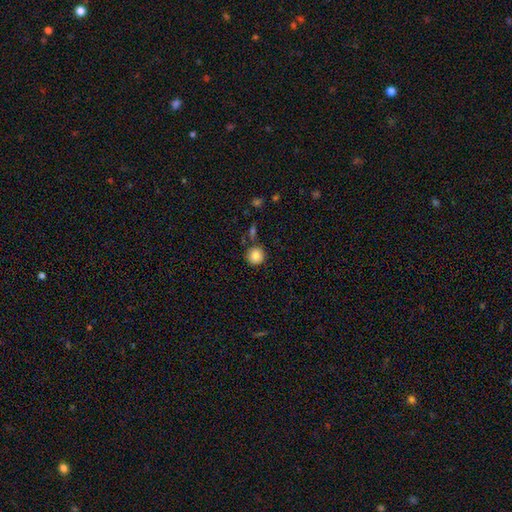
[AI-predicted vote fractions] Smooth or featured? smooth (85%)
How rounded? round (94%)
Merging? none (82%)